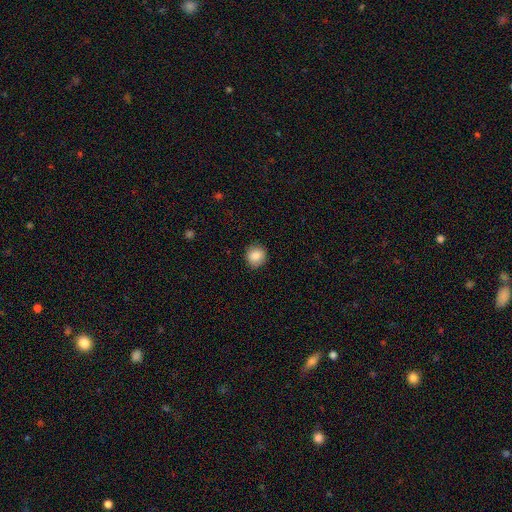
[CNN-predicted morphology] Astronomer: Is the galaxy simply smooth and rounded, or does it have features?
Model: smooth — 85%.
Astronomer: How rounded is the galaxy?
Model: round — 88%.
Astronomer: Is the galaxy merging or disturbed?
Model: none — 89%.